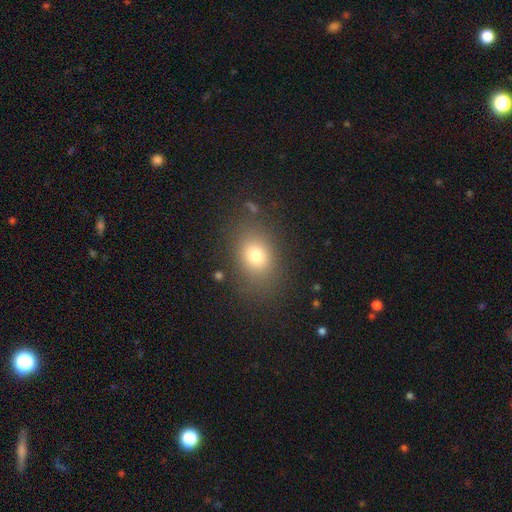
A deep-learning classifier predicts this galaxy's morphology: Overall: smooth (75%). How rounded: in between (64%; round 35%). Merging: none (80%).